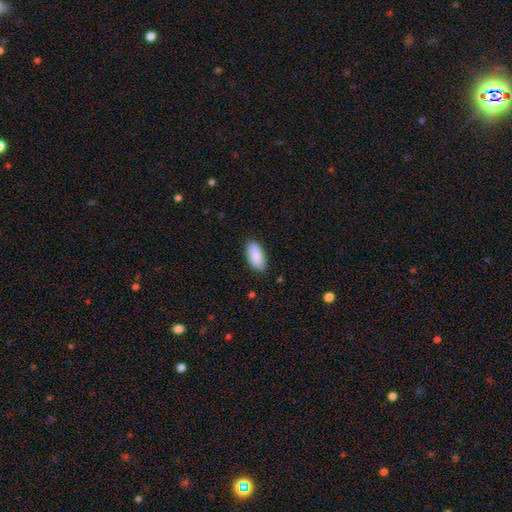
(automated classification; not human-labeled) Smooth or featured? smooth (89%)
How rounded? in between (93%)
Merging? none (85%)